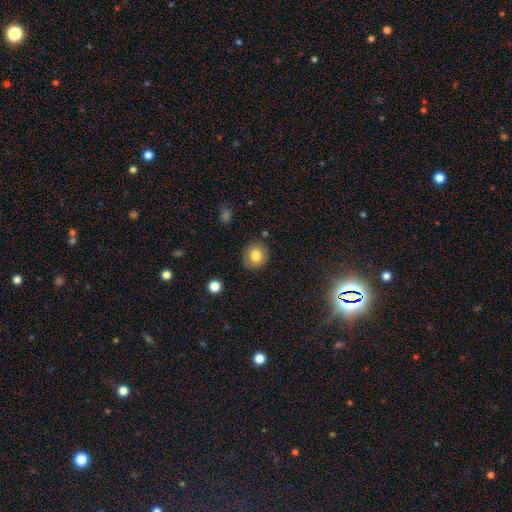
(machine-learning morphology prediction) Smooth or featured? smooth (79%)
How rounded? round (82%)
Merging? none (85%)